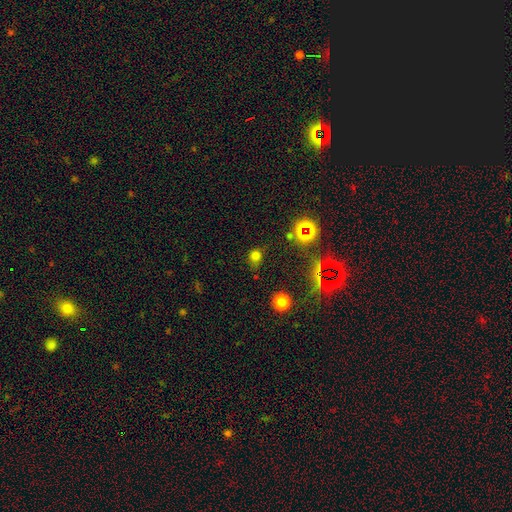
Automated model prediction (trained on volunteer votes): This is likely a smooth galaxy (66%). How rounded: likely round (72%). Merging: likely none (69%).